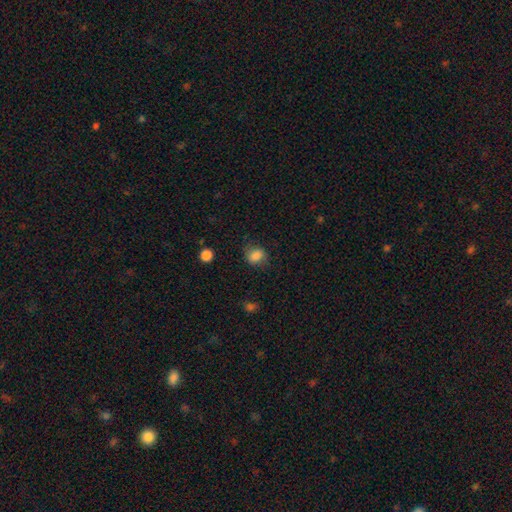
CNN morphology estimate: Overall: smooth (84%). How rounded: round (54%; in between 45%). Merging: none (69%).